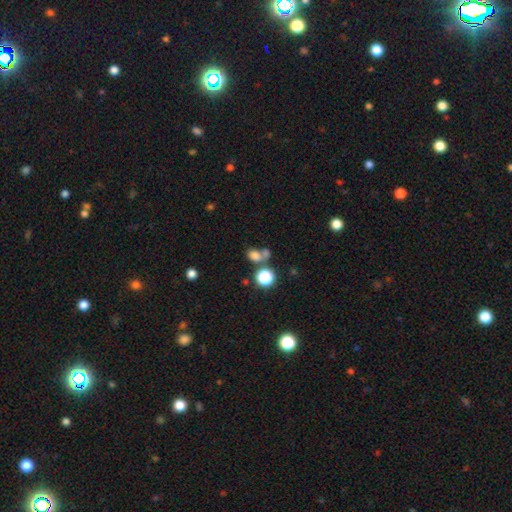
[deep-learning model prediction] A smooth galaxy with no disk features (73%) that is in between round and cigar-shaped (59%).

Vote fractions:
- Smooth or featured? smooth: 73% / star or artifact: 18% / featured or disk: 9%
- How rounded? in between: 59% / round: 39% / cigar-shaped: 2%
- Merging? none: 43% / merger: 37% / minor disturbance: 12% / major disturbance: 8%